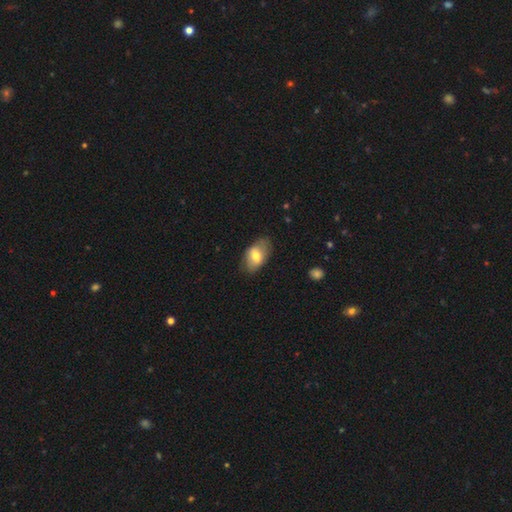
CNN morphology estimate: smooth_or_featured: smooth (p=0.66) [alt: featured or disk p=0.27]
how_rounded: in between (p=0.92) [alt: round p=0.06]
merging: none (p=0.73) [alt: minor disturbance p=0.20]